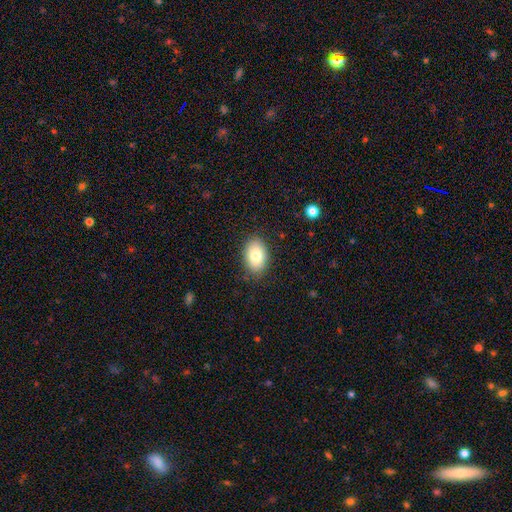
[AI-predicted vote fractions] This appears to be a smooth galaxy with no disk features (82%) that is in between round and cigar-shaped (87%). Merging: none (86%).